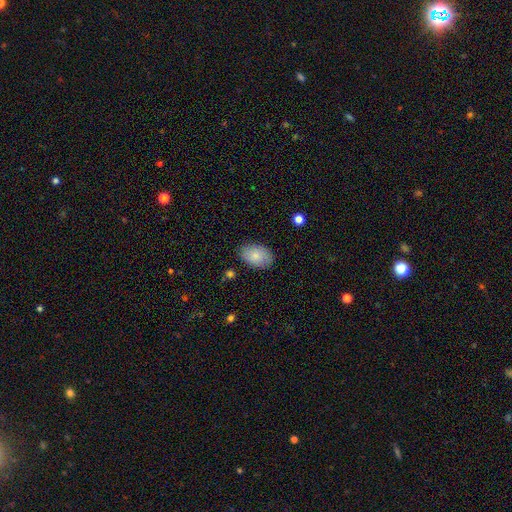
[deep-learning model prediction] A smooth galaxy with no disk features (84%) that is in between round and cigar-shaped (89%). Merging: none (85%).